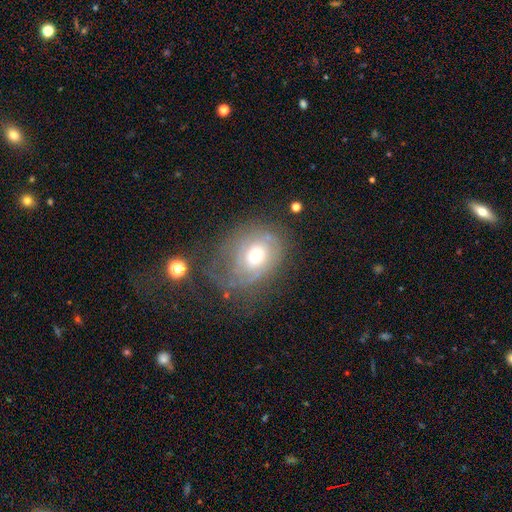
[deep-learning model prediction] This appears to be a featured or disk galaxy (52%). Merging: none (47%).